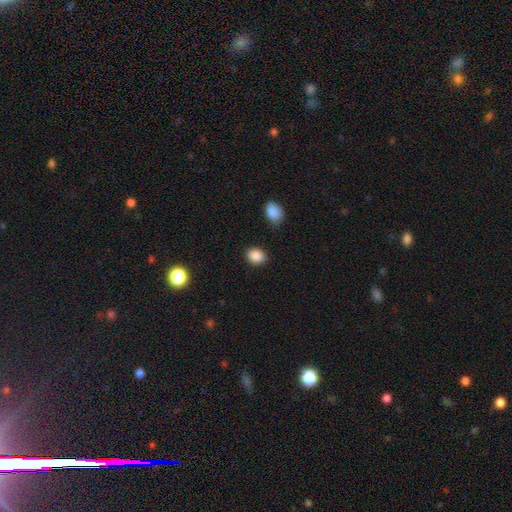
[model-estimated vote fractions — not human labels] Smooth or featured? Predicted: smooth (p=0.88). How rounded? Predicted: in between (p=0.52). Merging? Predicted: none (p=0.86).